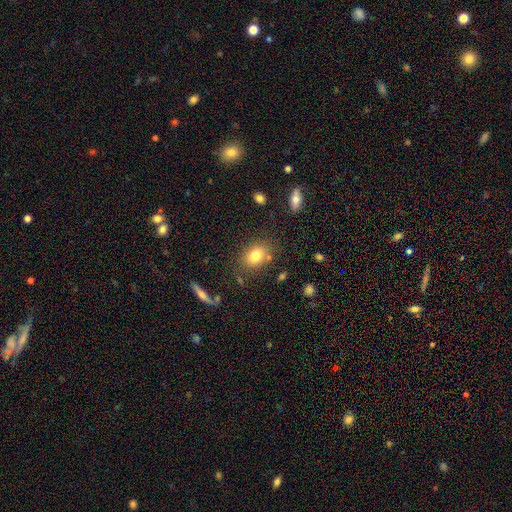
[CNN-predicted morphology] Smooth or featured? smooth (80%)
How rounded? in between (72%)
Merging? none (77%)